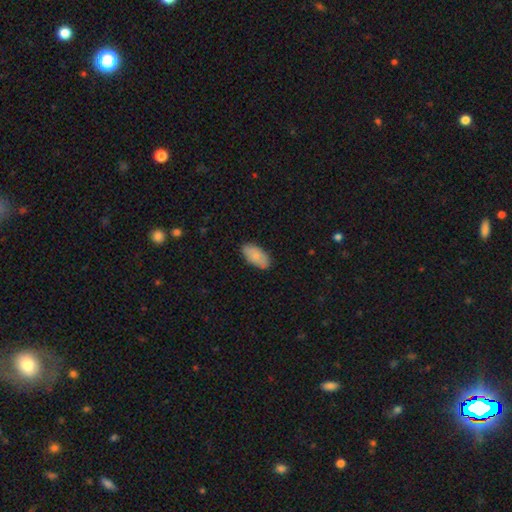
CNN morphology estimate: smooth 84%, featured or disk 10%, star or artifact 6%. Down the decision tree: how rounded — in between (93%); merging — none (84%).